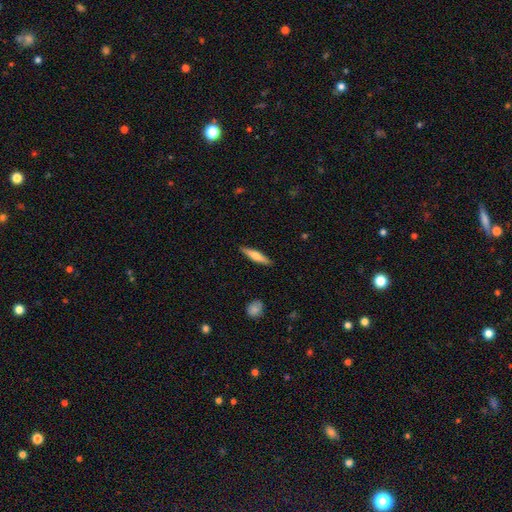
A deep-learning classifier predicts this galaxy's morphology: A smooth galaxy with no disk features (59%) that is cigar-shaped (84%).

Vote fractions:
- Smooth or featured? smooth: 59% / featured or disk: 35% / star or artifact: 6%
- How rounded? cigar-shaped: 84% / in between: 14% / round: 2%
- Merging? none: 90% / minor disturbance: 7% / major disturbance: 2% / merger: 1%